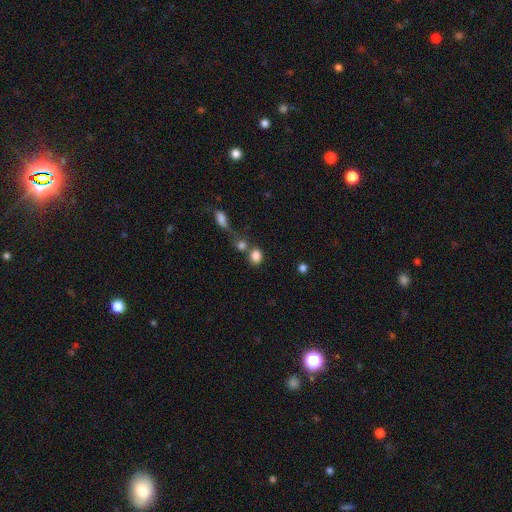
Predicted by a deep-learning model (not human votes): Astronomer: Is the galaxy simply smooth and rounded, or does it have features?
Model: smooth — 84%.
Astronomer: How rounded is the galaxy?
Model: round — 52% (runner-up: in between, 47%).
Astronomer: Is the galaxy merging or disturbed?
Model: none — 50% (runner-up: merger, 34%).